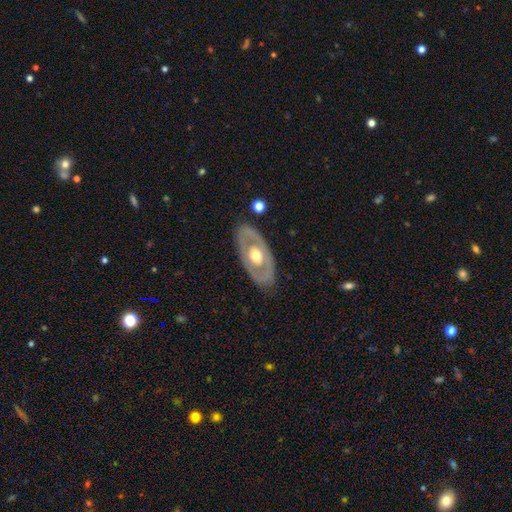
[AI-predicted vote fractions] This is likely a featured or disk galaxy (66%). It is clearly not viewed edge-on (87%). Bar: clearly no (86%). Spiral arm pattern: clearly no (84%). Central bulge: likely moderate (70%). Merging: clearly none (83%).